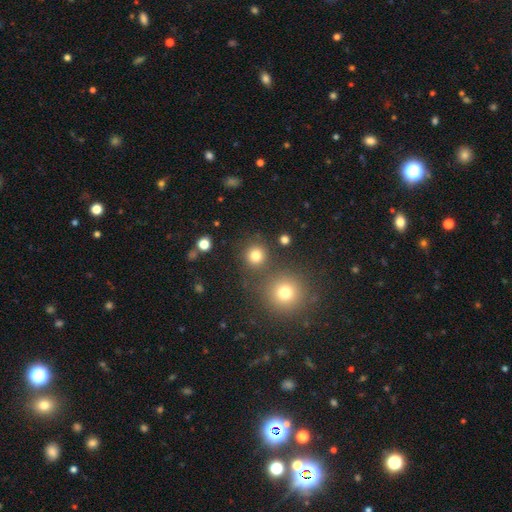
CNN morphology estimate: The model was most divided on "smooth or featured": smooth: 79%, star or artifact: 16%, featured or disk: 6%. More confident: how rounded — round (92%); merging — none (79%).